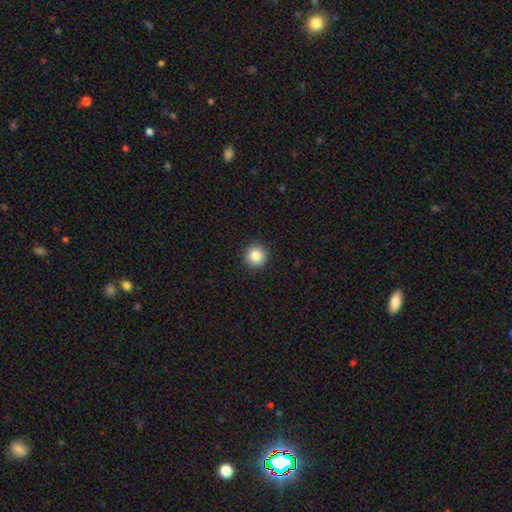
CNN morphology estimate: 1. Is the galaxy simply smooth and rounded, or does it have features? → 85% smooth, 10% star or artifact, 6% featured or disk.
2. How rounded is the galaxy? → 95% round, 4% in between, 1% cigar-shaped.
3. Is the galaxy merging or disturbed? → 93% none, 5% minor disturbance, 2% major disturbance, 1% merger.